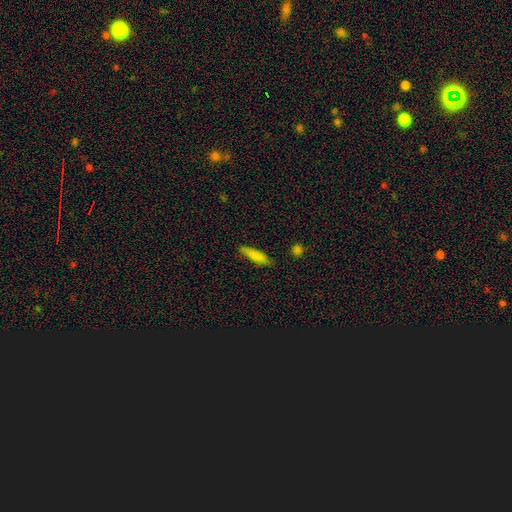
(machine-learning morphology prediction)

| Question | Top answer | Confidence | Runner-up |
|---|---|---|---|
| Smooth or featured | smooth | 80% | featured or disk (12%) |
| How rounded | cigar-shaped | 72% | in between (26%) |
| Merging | none | 81% | minor disturbance (15%) |